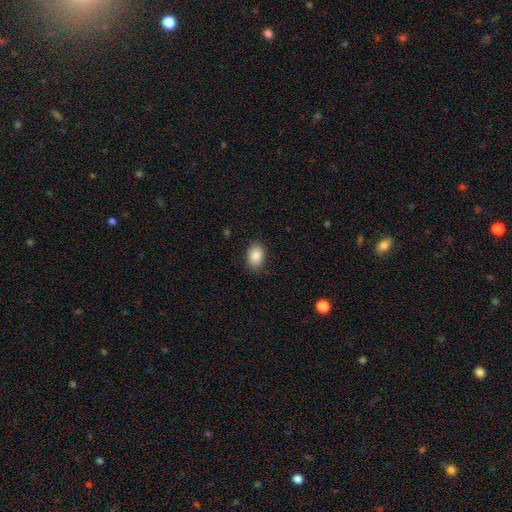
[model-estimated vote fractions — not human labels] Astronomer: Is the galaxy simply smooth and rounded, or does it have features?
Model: smooth — 87%.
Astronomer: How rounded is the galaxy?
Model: in between — 83%.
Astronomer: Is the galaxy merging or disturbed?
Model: none — 86%.